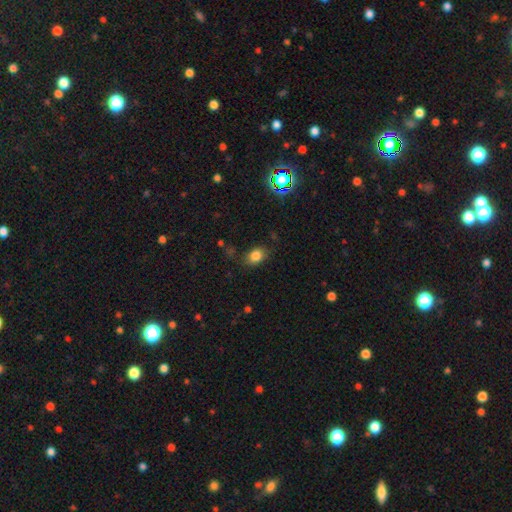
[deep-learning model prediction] smooth 81%, star or artifact 12%, featured or disk 7%. Down the decision tree: how rounded — in between (68%); merging — none (78%).